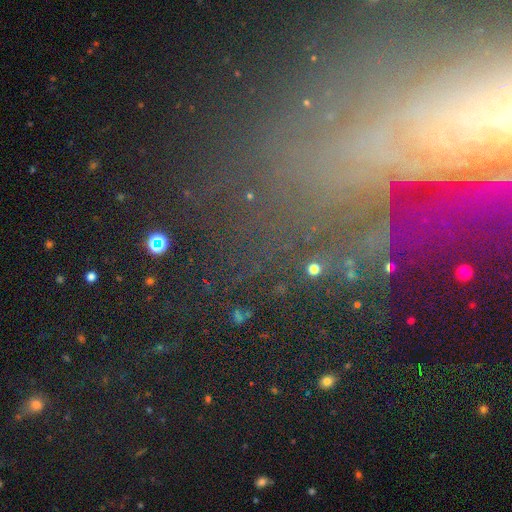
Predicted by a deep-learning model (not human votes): The model was most divided on "smooth or featured": star or artifact: 47%, featured or disk: 30%, smooth: 23%.